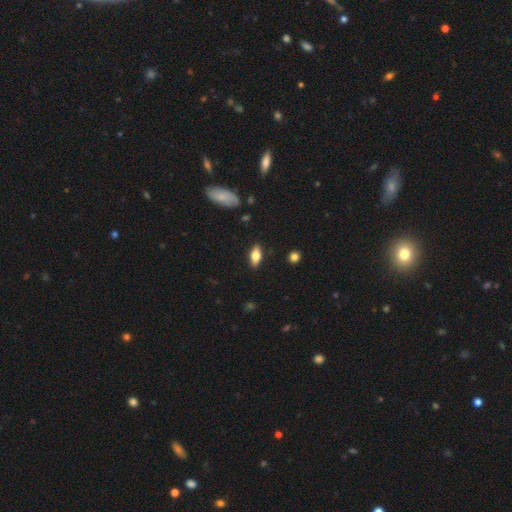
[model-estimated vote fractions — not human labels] The model was most divided on "smooth or featured": smooth: 62%, featured or disk: 31%, star or artifact: 7%. More confident: merging — none (87%); how rounded — in between (77%).